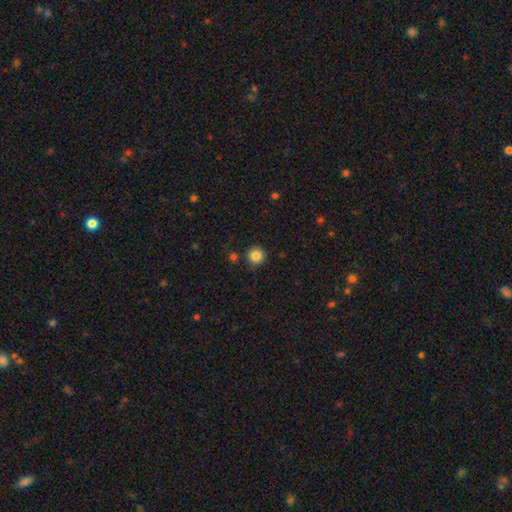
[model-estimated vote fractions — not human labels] This is clearly a smooth galaxy (84%). How rounded: clearly round (95%). Merging: clearly none (87%).